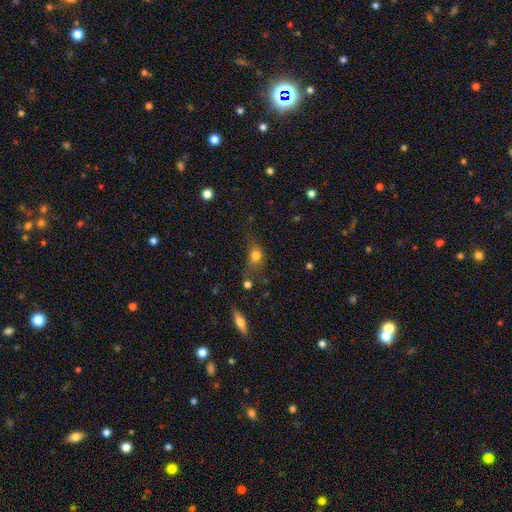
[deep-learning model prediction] Smooth or featured? Predicted: smooth (p=0.74). How rounded? Predicted: in between (p=0.49). Merging? Predicted: none (p=0.46).